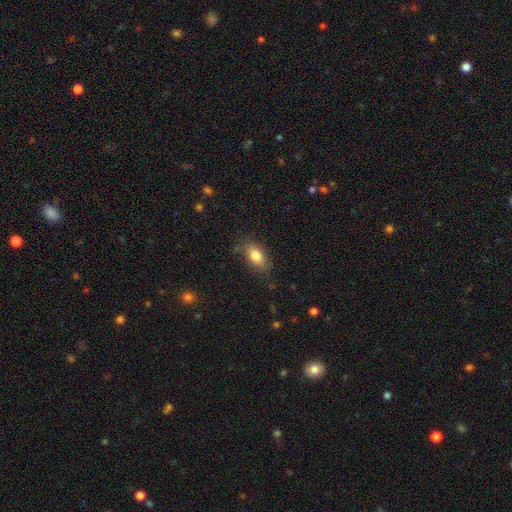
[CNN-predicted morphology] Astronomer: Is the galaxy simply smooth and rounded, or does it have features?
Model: smooth — 81%.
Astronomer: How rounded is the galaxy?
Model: in between — 87%.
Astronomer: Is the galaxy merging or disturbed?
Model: none — 79%.